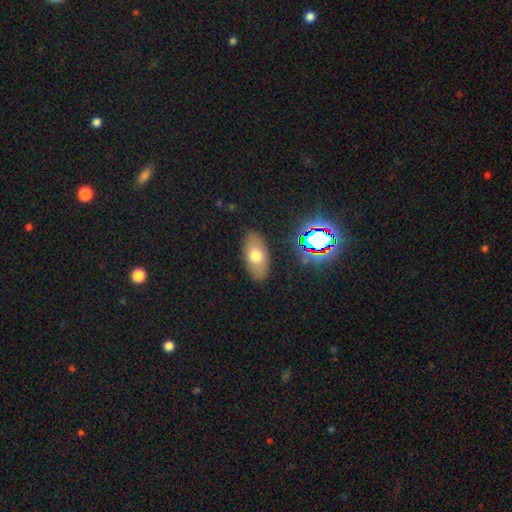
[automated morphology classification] This is likely a smooth galaxy (65%). How rounded: clearly in between (92%). Merging: clearly none (85%).